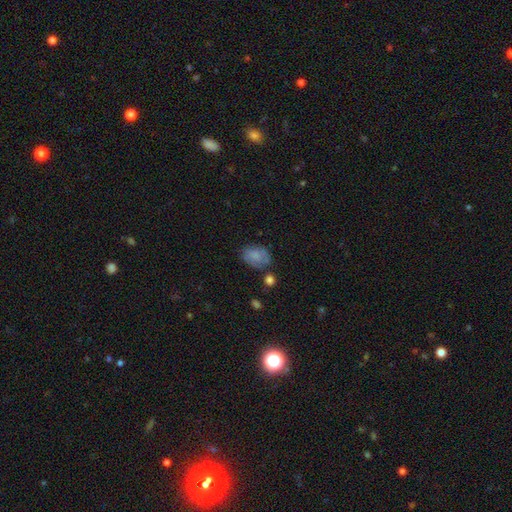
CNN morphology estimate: smooth-or-featured: smooth: 68% | featured or disk: 23% | star or artifact: 9%
  how-rounded: in between: 76% | round: 23% | cigar-shaped: 1%
  merging: none: 58% | minor disturbance: 26% | major disturbance: 10% | merger: 6%